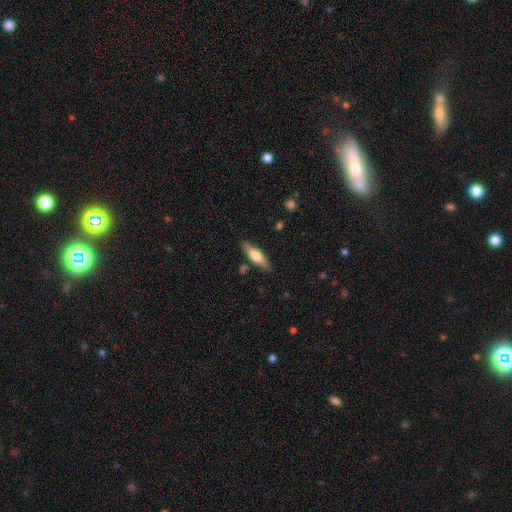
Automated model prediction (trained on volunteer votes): Smooth or featured? smooth (56%)
How rounded? cigar-shaped (62%)
Merging? none (83%)